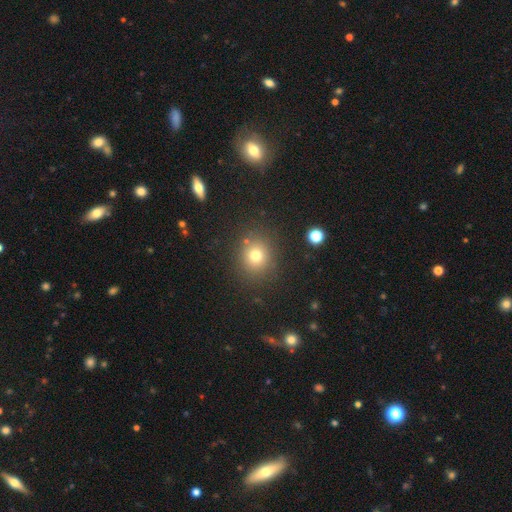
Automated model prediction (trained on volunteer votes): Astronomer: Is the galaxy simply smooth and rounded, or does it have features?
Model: smooth — 75%.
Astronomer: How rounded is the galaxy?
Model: round — 82%.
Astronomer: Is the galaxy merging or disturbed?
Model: none — 85%.